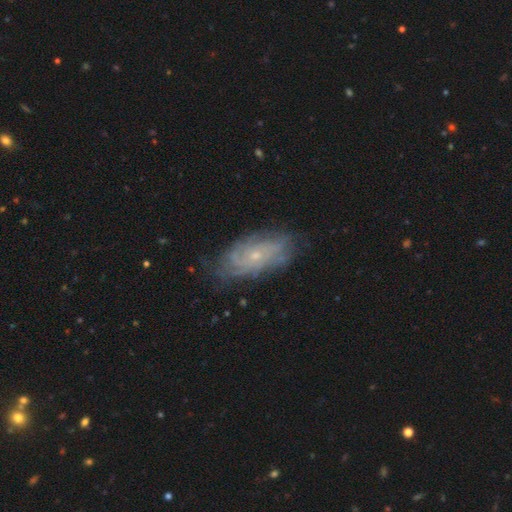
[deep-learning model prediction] smooth-or-featured: featured or disk: 70% | smooth: 22% | star or artifact: 8%
  disk-edge-on: no: 92% | yes: 8%
    bar: no: 79% | weak: 18% | strong: 3%
    has-spiral-arms: yes: 84% | no: 16%
      spiral-winding: tight: 56% | medium: 31% | loose: 13%
      spiral-arm-count: can't tell: 56% | 2: 15% | 3: 10% | 4: 9% | more than 4: 6% | 1: 5%
    bulge-size: small: 78% | moderate: 18% | none: 3% | large: 1% | dominant: 1%
  merging: none: 74% | minor disturbance: 19% | major disturbance: 6% | merger: 1%